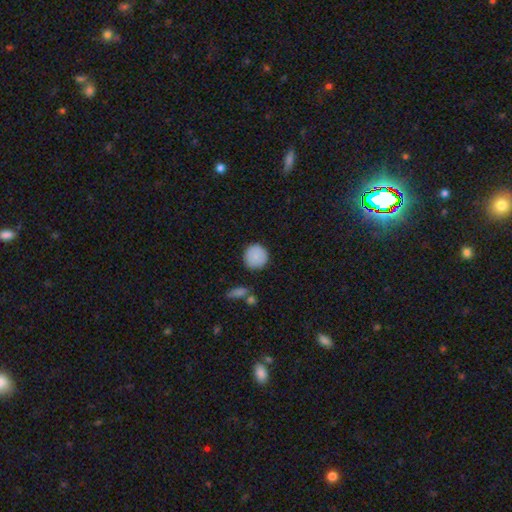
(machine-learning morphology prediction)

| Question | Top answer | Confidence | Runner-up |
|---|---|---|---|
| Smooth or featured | smooth | 87% | star or artifact (7%) |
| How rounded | round | 94% | in between (5%) |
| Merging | none | 87% | minor disturbance (8%) |